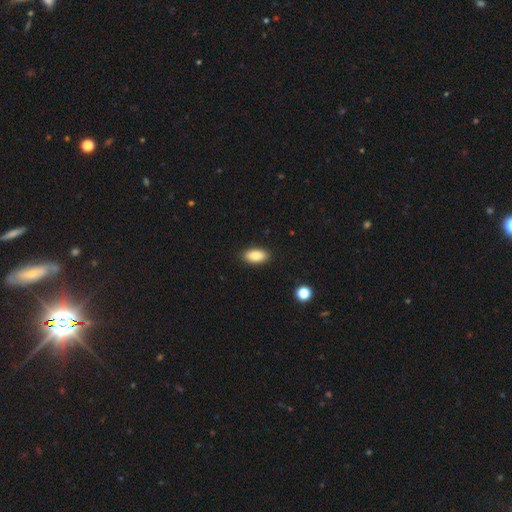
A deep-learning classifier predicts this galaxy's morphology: This appears to be a smooth galaxy with no disk features (87%) that is in between round and cigar-shaped (92%). Merging: none (89%).